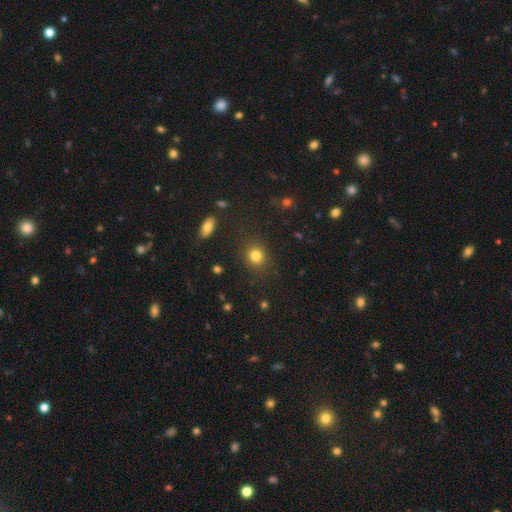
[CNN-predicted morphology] A smooth galaxy with no disk features (82%) that is round (80%). Merging: none (86%).